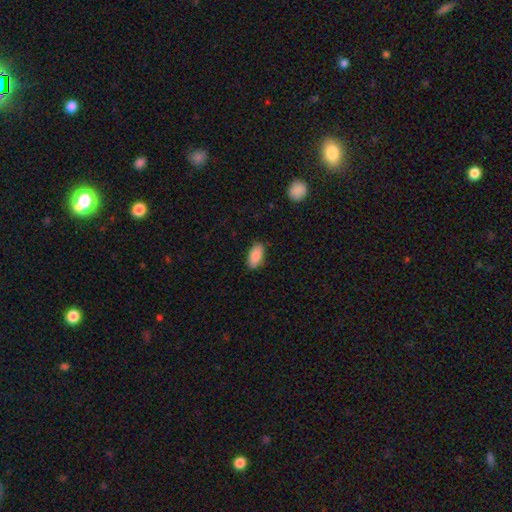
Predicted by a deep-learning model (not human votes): Smooth or featured? smooth (87%)
How rounded? in between (92%)
Merging? none (85%)